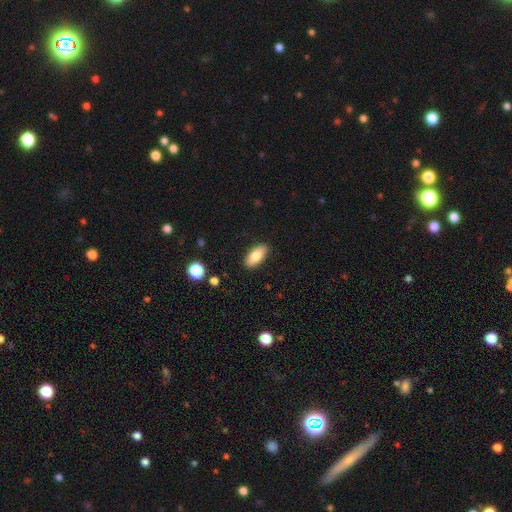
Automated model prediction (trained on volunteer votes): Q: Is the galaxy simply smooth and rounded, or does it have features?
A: smooth — 80%.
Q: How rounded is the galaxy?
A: in between — 86%.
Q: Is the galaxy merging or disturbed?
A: none — 88%.